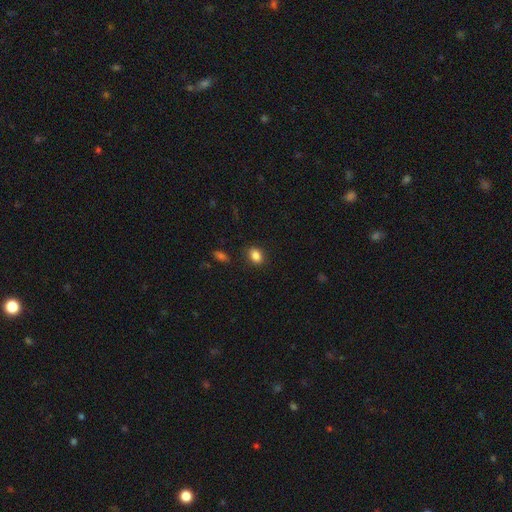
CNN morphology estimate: Q: Smooth or featured?
A: smooth (85%); runner-up: star or artifact (10%)
Q: How rounded?
A: in between (67%); runner-up: round (31%)
Q: Merging?
A: none (87%); runner-up: minor disturbance (9%)